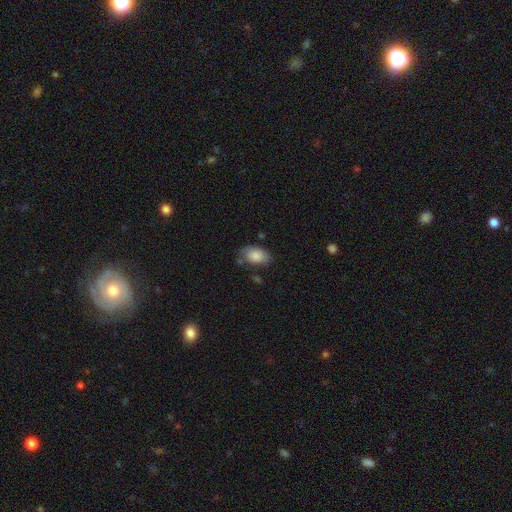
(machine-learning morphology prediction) Smooth or featured? smooth (83%)
How rounded? in between (90%)
Merging? none (62%)